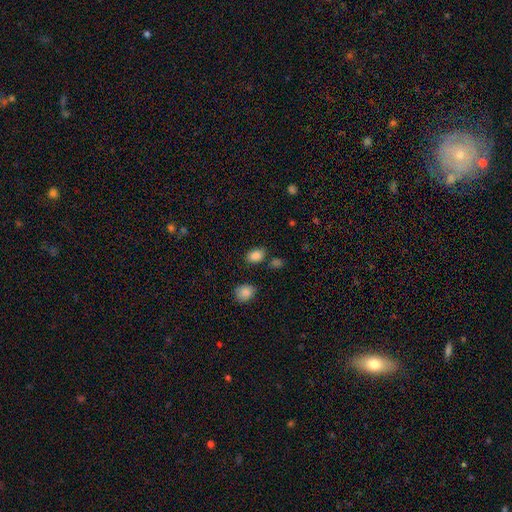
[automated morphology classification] The model was most divided on "how rounded": in between: 79%, round: 20%, cigar-shaped: 1%. More confident: smooth or featured — smooth (86%); merging — none (78%).